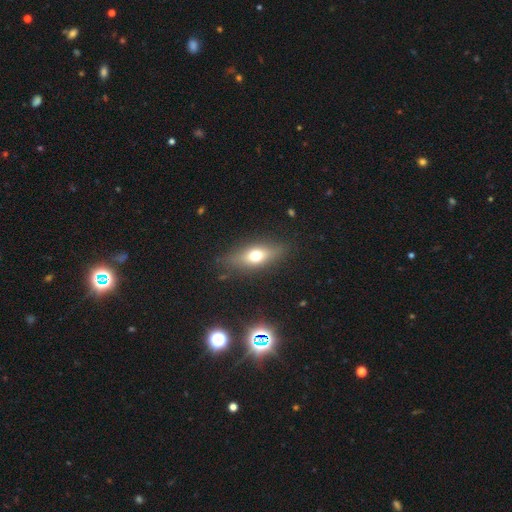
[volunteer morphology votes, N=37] A smooth galaxy with no disk features (62%) that is in between round and cigar-shaped (78%).

Vote fractions:
- Smooth or featured? smooth: 62% / featured or disk: 27% / star or artifact: 11%
- How rounded? in between: 78% / cigar-shaped: 17% / round: 4%
- Merging? none: 94% / minor disturbance: 6% / major disturbance: 0% / merger: 0%